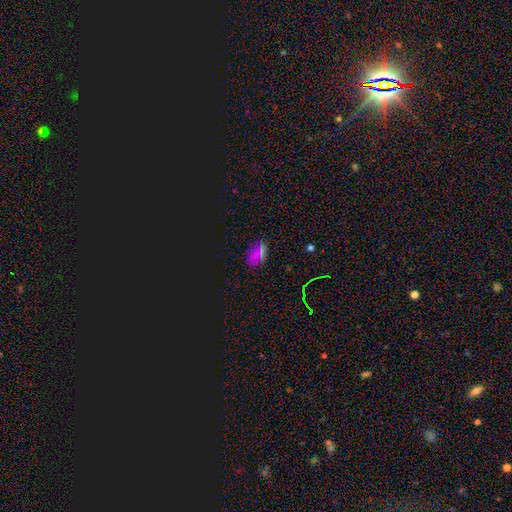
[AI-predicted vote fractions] Smooth or featured? Predicted: smooth (p=0.49). Merging? Predicted: none (p=0.79).